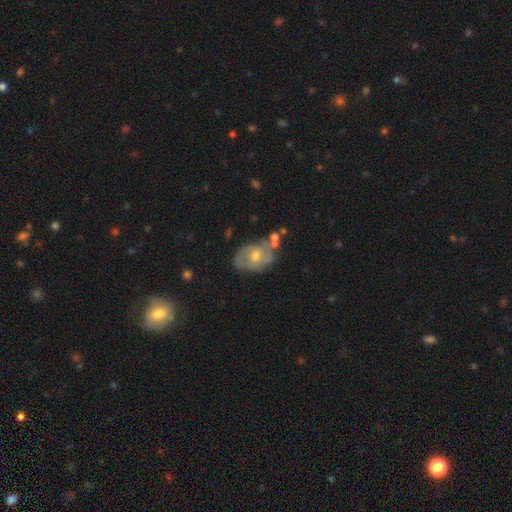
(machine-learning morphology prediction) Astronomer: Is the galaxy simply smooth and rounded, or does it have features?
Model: featured or disk — 53% (runner-up: smooth, 39%).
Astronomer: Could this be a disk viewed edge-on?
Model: no — 94%.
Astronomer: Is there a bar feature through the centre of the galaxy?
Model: no — 78%.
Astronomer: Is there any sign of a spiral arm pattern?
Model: no — 51% (runner-up: yes, 49%).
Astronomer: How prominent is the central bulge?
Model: moderate — 65%.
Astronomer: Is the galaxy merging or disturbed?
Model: none — 51% (runner-up: minor disturbance, 26%).